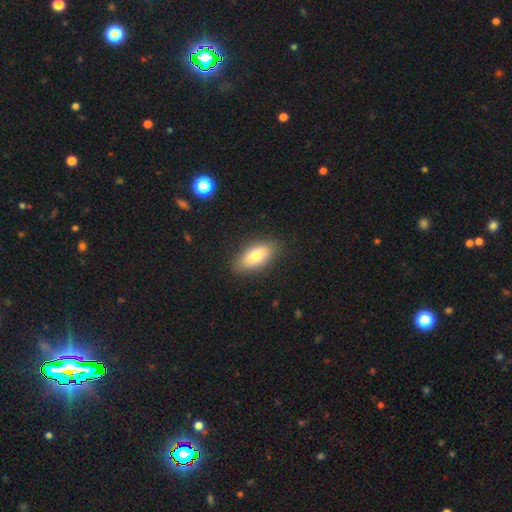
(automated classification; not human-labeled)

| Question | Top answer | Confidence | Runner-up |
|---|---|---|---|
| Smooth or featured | smooth | 78% | featured or disk (15%) |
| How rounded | in between | 87% | cigar-shaped (9%) |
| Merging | none | 86% | minor disturbance (11%) |